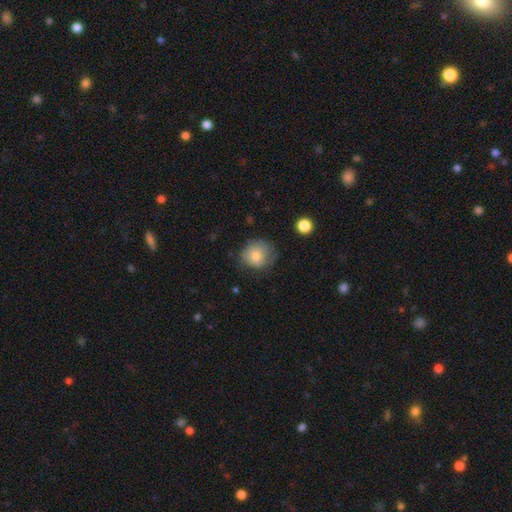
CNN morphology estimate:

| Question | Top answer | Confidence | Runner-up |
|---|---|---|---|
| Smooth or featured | smooth | 76% | featured or disk (16%) |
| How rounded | round | 78% | in between (21%) |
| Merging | none | 57% | minor disturbance (30%) |